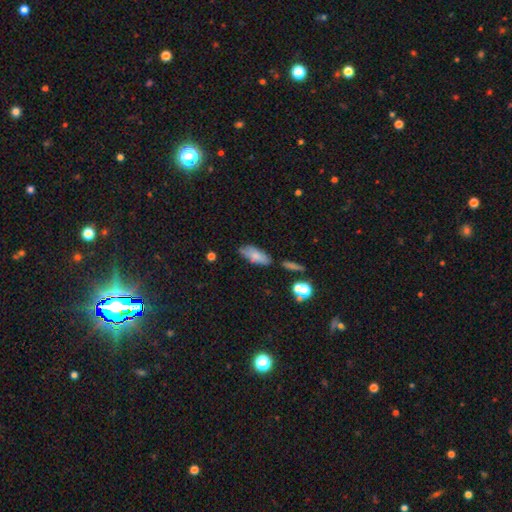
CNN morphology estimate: The model was most divided on "merging": none: 71%, minor disturbance: 19%, merger: 6%, major disturbance: 4%. More confident: how rounded — in between (77%); smooth or featured — smooth (76%).